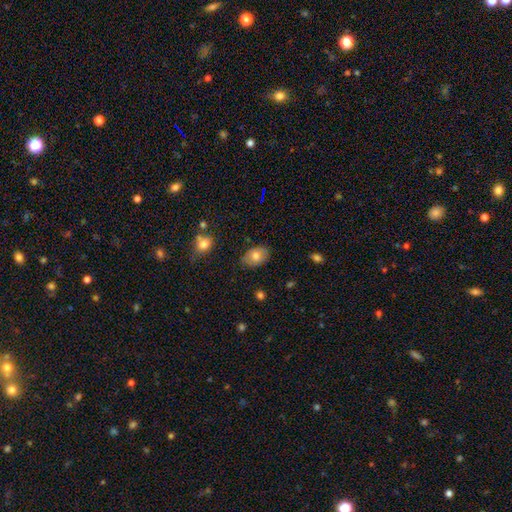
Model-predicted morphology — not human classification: The model was most divided on "smooth or featured": smooth: 74%, featured or disk: 18%, star or artifact: 8%. More confident: how rounded — in between (80%); merging — none (77%).